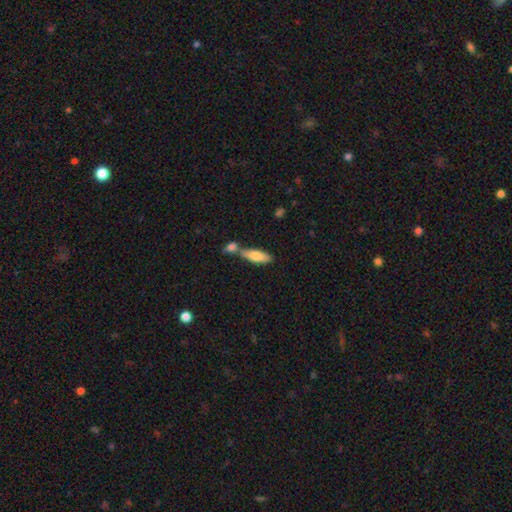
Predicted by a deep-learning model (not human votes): Smooth or featured: smooth — 77% (featured or disk — 17%)
How rounded: in between — 54% (cigar-shaped — 44%)
Merging: none — 46% (merger — 40%)